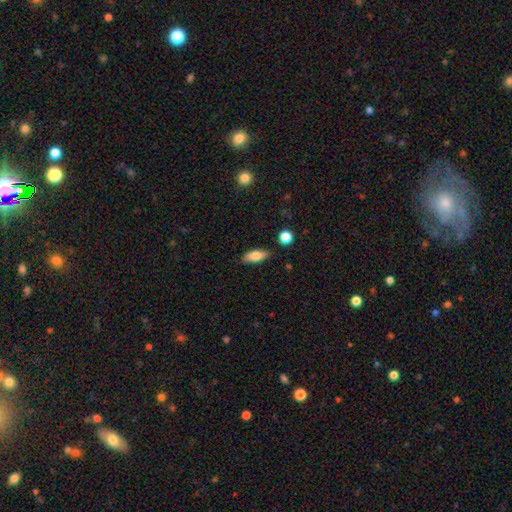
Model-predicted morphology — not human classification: A smooth galaxy with no disk features (80%) that is in between round and cigar-shaped (77%).

Vote fractions:
- Smooth or featured? smooth: 80% / featured or disk: 13% / star or artifact: 7%
- How rounded? in between: 77% / cigar-shaped: 19% / round: 3%
- Merging? none: 84% / minor disturbance: 12% / major disturbance: 2% / merger: 2%